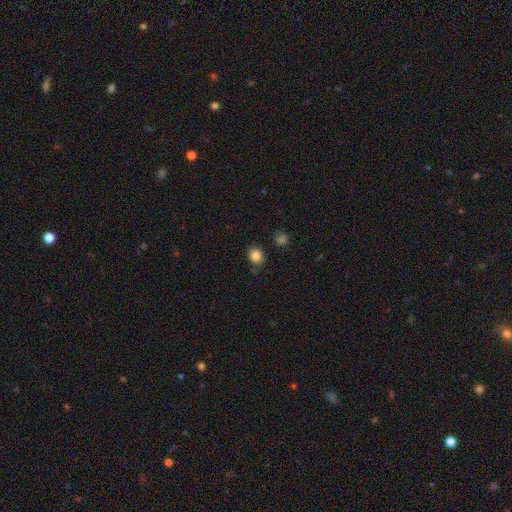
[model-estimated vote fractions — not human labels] A smooth galaxy with no disk features (85%) that is round (67%).

Vote fractions:
- Smooth or featured? smooth: 85% / star or artifact: 11% / featured or disk: 4%
- How rounded? round: 67% / in between: 32% / cigar-shaped: 1%
- Merging? none: 82% / minor disturbance: 12% / merger: 3% / major disturbance: 3%